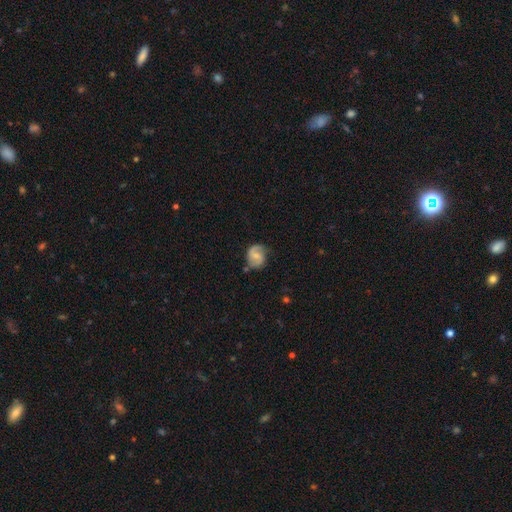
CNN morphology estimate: smooth-or-featured: featured or disk: 68% | smooth: 25% | star or artifact: 7%
  disk-edge-on: no: 98% | yes: 2%
    bar: weak: 50% | no: 36% | strong: 14%
    has-spiral-arms: yes: 92% | no: 8%
      spiral-winding: medium: 48% | loose: 28% | tight: 24%
      spiral-arm-count: 2: 80% | 1: 10% | can't tell: 7% | 3: 1% | 4: 1% | more than 4: 1%
    bulge-size: small: 50% | moderate: 35% | none: 12% | large: 2% | dominant: 1%
  merging: none: 67% | minor disturbance: 23% | major disturbance: 8% | merger: 3%